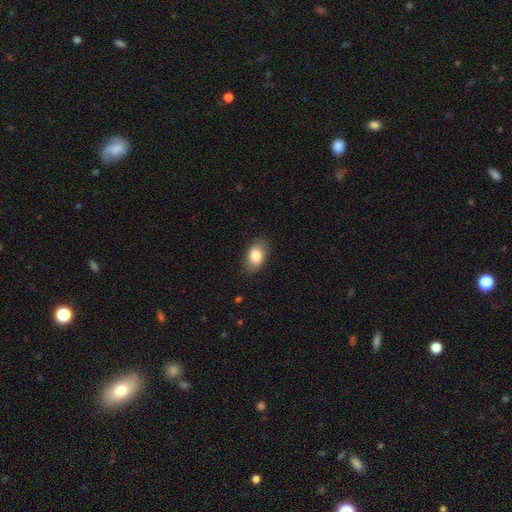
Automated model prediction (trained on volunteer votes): smooth 85%, featured or disk 8%, star or artifact 7%. Down the decision tree: how rounded — in between (87%); merging — none (83%).